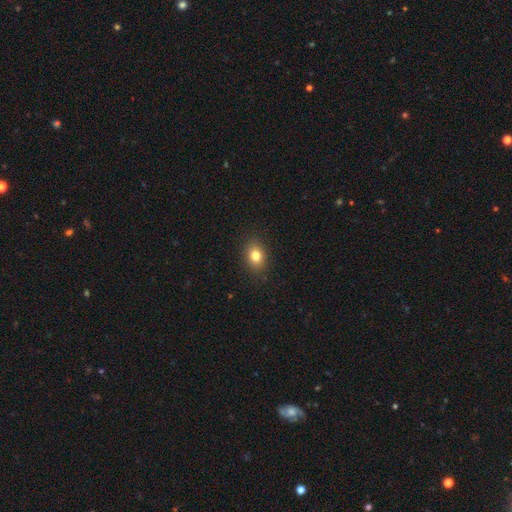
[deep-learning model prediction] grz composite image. It shows a smooth galaxy with no disk features (80%) that is in between round and cigar-shaped (60%). Merging: none (88%).